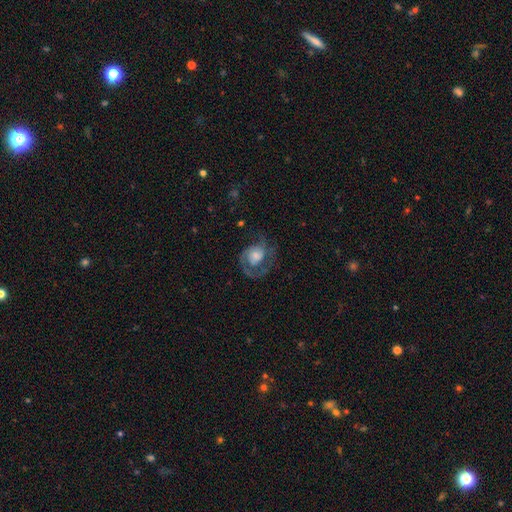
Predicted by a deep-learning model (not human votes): Smooth or featured: featured or disk — 77% (smooth — 16%)
Edge-on disk: no — 98% (yes — 2%)
Bar: no — 72% (weak — 24%)
Spiral arms: yes — 92% (no — 8%)
Spiral winding: medium — 43% (tight — 38%)
Spiral arm count: 2 — 48% (1 — 34%)
Bulge size: moderate — 36% (small — 29%)
Merging: none — 56% (major disturbance — 24%)